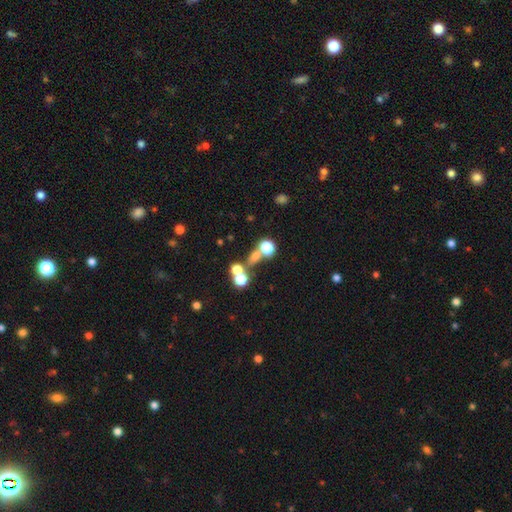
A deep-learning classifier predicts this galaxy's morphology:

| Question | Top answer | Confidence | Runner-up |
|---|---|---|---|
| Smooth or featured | smooth | 61% | star or artifact (25%) |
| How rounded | round | 74% | in between (22%) |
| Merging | none | 47% | merger (38%) |